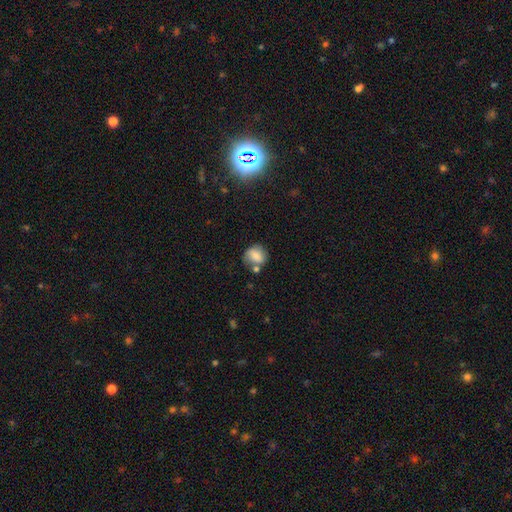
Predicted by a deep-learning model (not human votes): smooth-or-featured: smooth: 73% | featured or disk: 18% | star or artifact: 9%
  how-rounded: round: 71% | in between: 28% | cigar-shaped: 1%
  merging: none: 54% | minor disturbance: 21% | merger: 17% | major disturbance: 8%